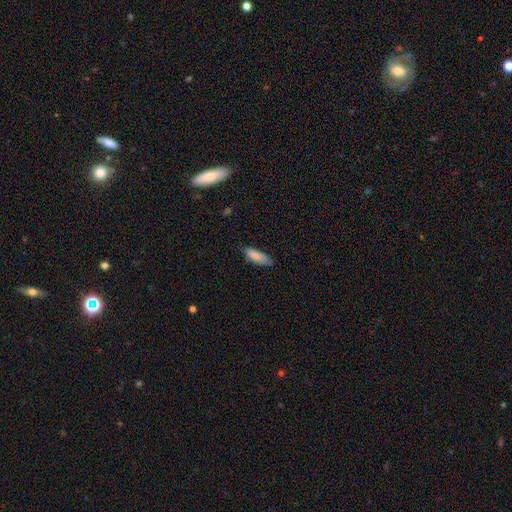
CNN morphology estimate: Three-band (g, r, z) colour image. It shows a smooth galaxy with no disk features (85%) that is in between round and cigar-shaped (51%). Merging: none (71%).